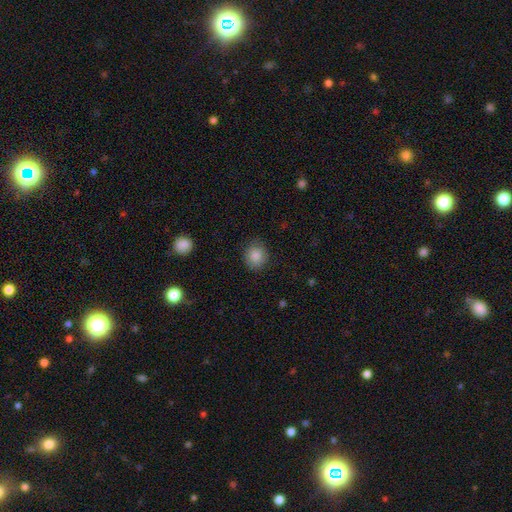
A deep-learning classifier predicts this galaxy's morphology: This appears to be a smooth galaxy with no disk features (86%) that is round (79%). Merging: none (83%).